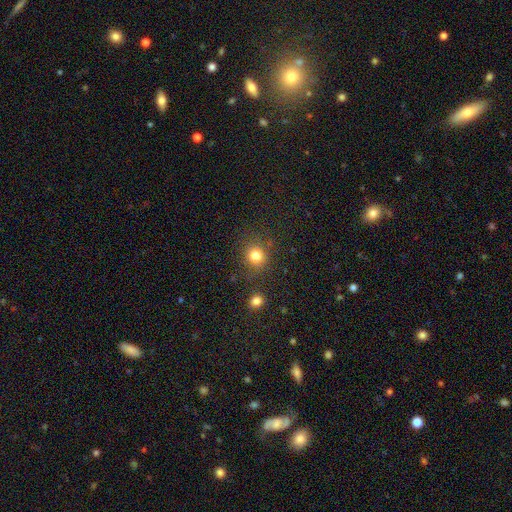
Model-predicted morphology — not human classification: Smooth or featured? Predicted: smooth (p=0.81). How rounded? Predicted: round (p=0.86). Merging? Predicted: none (p=0.80).